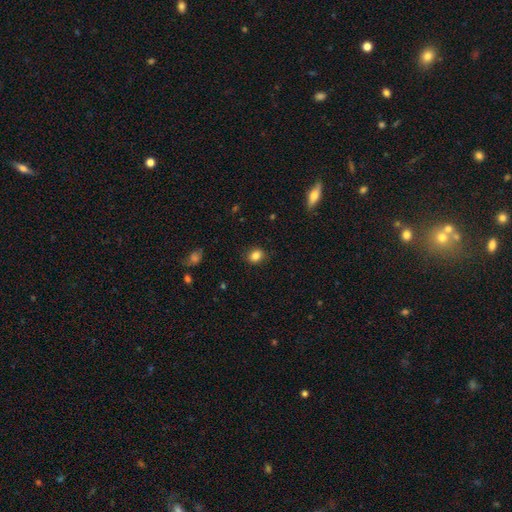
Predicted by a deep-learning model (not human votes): Morphology: type=smooth (84%); roundness=round (53%); merging=none (87%).